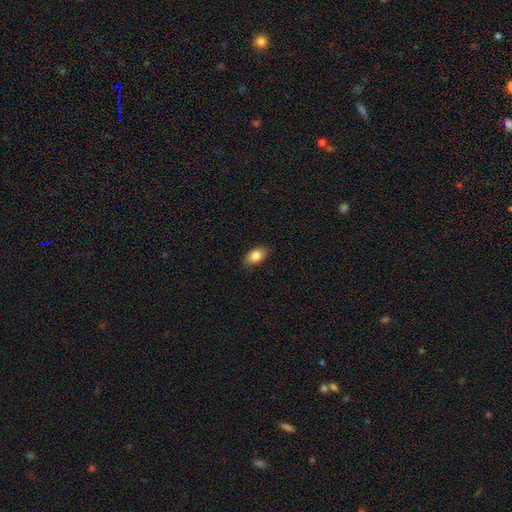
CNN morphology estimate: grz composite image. It shows a smooth galaxy with no disk features (83%) that is in between round and cigar-shaped (89%). Merging: none (85%).